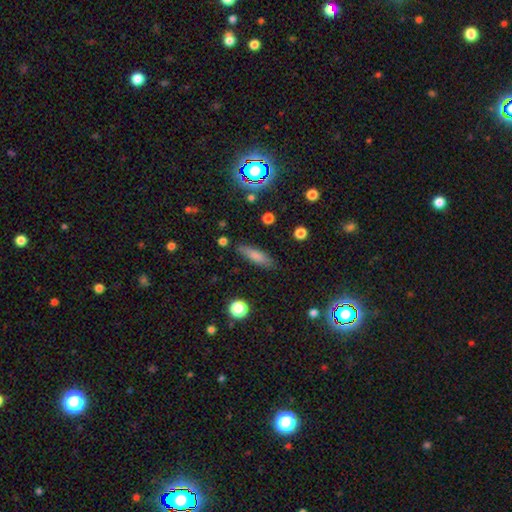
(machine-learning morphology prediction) This is likely a smooth galaxy (76%). How rounded: possibly cigar-shaped (55%). Merging: clearly none (82%).